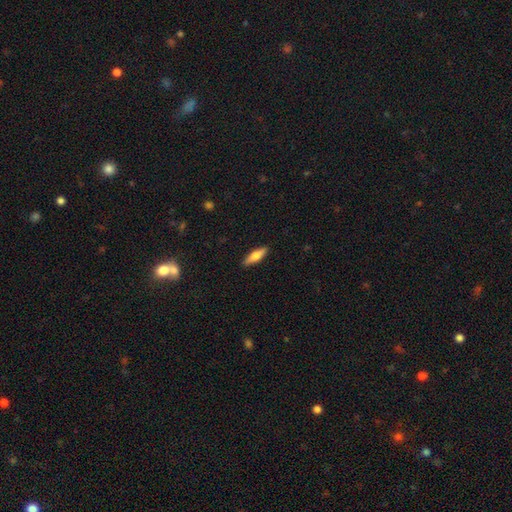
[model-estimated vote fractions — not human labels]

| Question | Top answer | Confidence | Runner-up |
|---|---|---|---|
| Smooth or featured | smooth | 62% | featured or disk (33%) |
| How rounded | cigar-shaped | 60% | in between (37%) |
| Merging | none | 90% | minor disturbance (7%) |